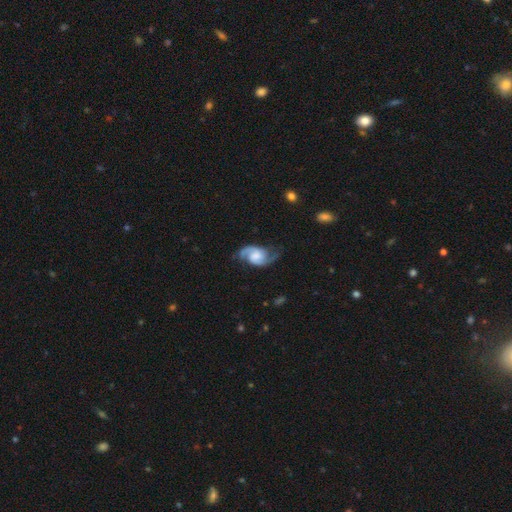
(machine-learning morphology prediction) Smooth or featured? Predicted: featured or disk (p=0.86). Edge-on disk? Predicted: no (p=0.98). Bar? Predicted: no (p=0.48). Spiral arms? Predicted: yes (p=0.97). Spiral winding? Predicted: medium (p=0.51). Spiral arm count? Predicted: 2 (p=0.92). Bulge size? Predicted: moderate (p=0.30). Merging? Predicted: none (p=0.71).